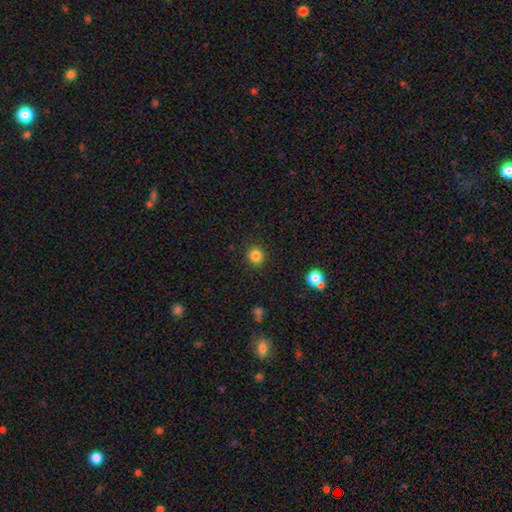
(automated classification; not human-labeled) Smooth or featured? Predicted: smooth (p=0.84). How rounded? Predicted: round (p=0.92). Merging? Predicted: none (p=0.90).